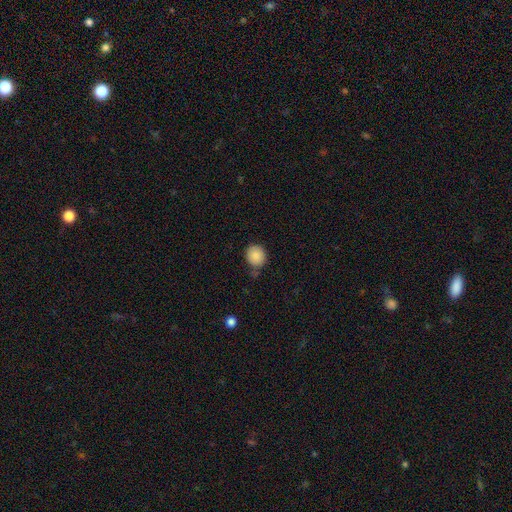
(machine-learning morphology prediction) smooth_or_featured: smooth (p=0.87) [alt: star or artifact p=0.08]
how_rounded: round (p=0.84) [alt: in between p=0.15]
merging: none (p=0.73) [alt: minor disturbance p=0.18]